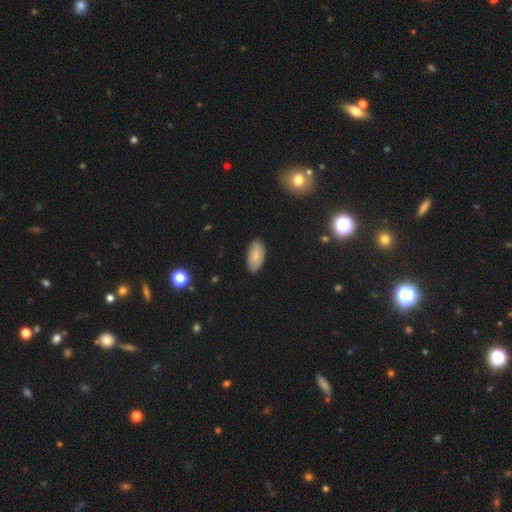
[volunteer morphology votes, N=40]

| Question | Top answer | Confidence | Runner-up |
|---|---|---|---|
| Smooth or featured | smooth | 62% | featured or disk (28%) |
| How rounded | in between | 96% | round (4%) |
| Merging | none | 83% | minor disturbance (17%) |